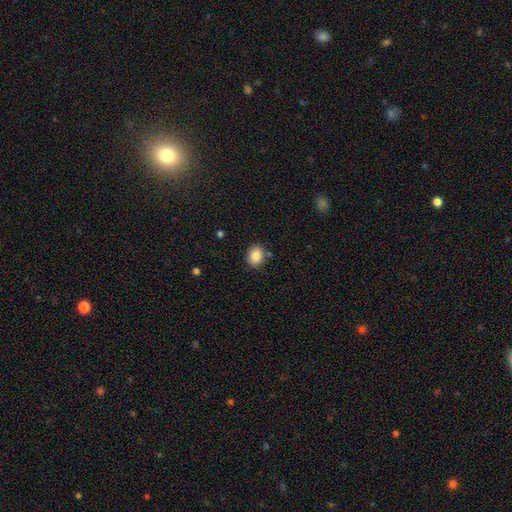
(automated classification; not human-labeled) Smooth or featured: smooth — 86% (star or artifact — 9%)
How rounded: round — 50% (in between — 49%)
Merging: none — 85% (minor disturbance — 10%)